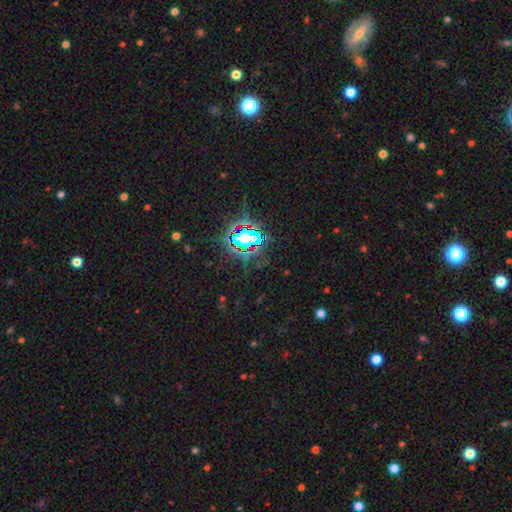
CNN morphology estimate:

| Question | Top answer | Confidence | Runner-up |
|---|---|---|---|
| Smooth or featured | star or artifact | 83% | smooth (10%) |